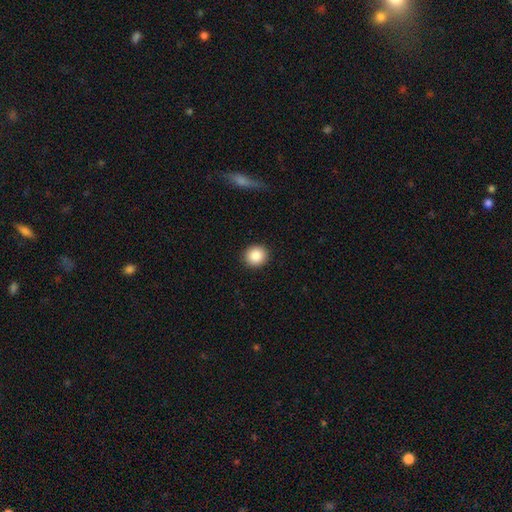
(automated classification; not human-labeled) Overall: smooth (88%). How rounded: round (89%). Merging: none (91%).